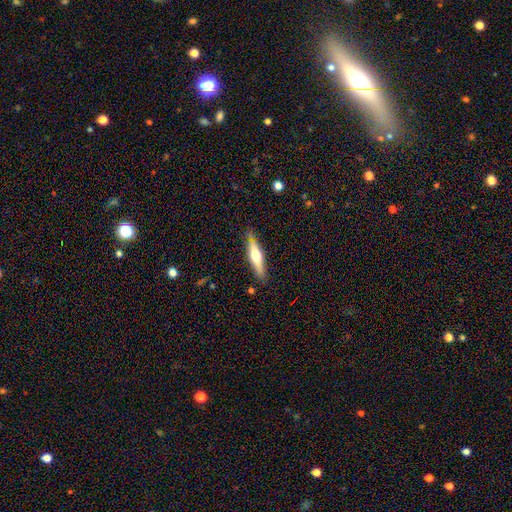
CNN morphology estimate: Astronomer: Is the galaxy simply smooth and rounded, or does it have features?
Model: featured or disk — 49% (runner-up: smooth, 45%).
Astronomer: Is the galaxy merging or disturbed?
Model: none — 81%.